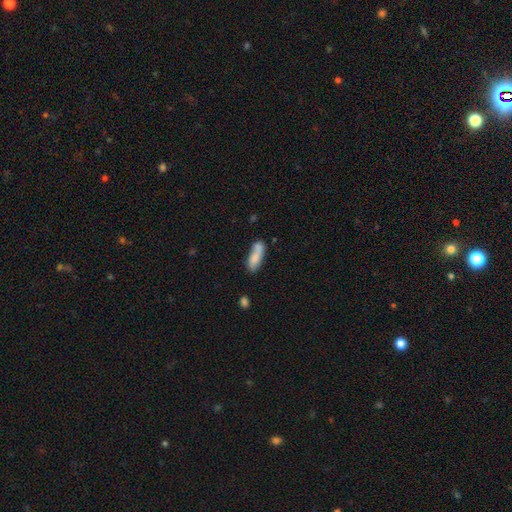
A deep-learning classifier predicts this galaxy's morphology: A smooth galaxy with no disk features (74%) that is in between round and cigar-shaped (56%).

Vote fractions:
- Smooth or featured? smooth: 74% / featured or disk: 20% / star or artifact: 7%
- How rounded? in between: 56% / cigar-shaped: 42% / round: 2%
- Merging? none: 60% / minor disturbance: 22% / merger: 12% / major disturbance: 6%